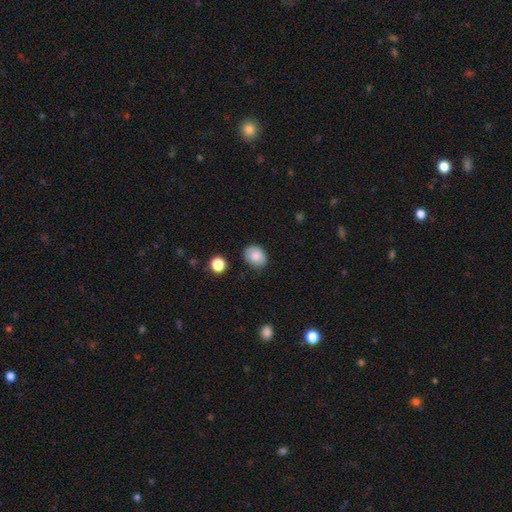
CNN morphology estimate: Q: Smooth or featured?
A: smooth (85%); runner-up: star or artifact (8%)
Q: How rounded?
A: in between (59%); runner-up: round (40%)
Q: Merging?
A: none (81%); runner-up: minor disturbance (14%)